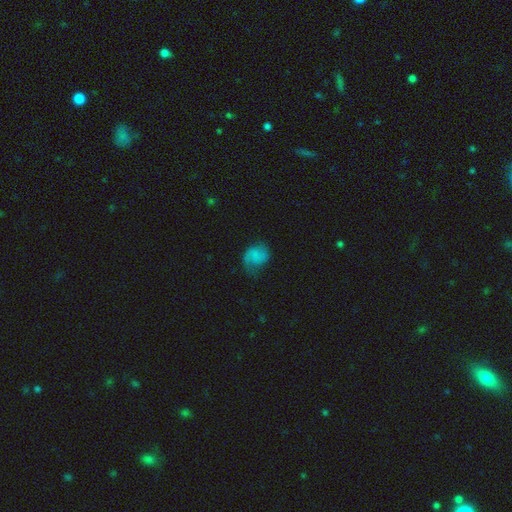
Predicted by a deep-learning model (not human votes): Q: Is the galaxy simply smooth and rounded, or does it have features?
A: featured or disk — 50%.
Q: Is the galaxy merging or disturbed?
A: none — 59%.